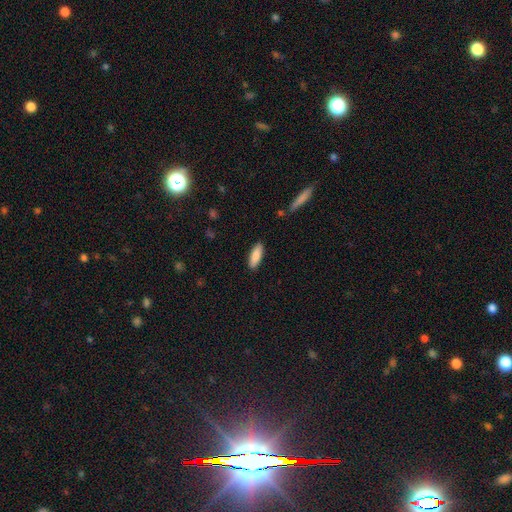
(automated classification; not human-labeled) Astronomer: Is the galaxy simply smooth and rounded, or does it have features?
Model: smooth — 87%.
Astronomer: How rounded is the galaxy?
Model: in between — 59% (runner-up: cigar-shaped, 39%).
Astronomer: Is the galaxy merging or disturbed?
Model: none — 88%.